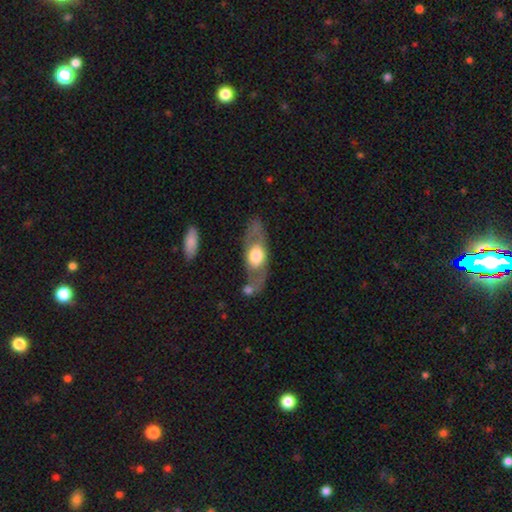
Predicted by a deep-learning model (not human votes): The model was most divided on "smooth or featured": featured or disk: 58%, smooth: 37%, star or artifact: 5%. More confident: edge-on disk — no (70%); merging — none (69%).